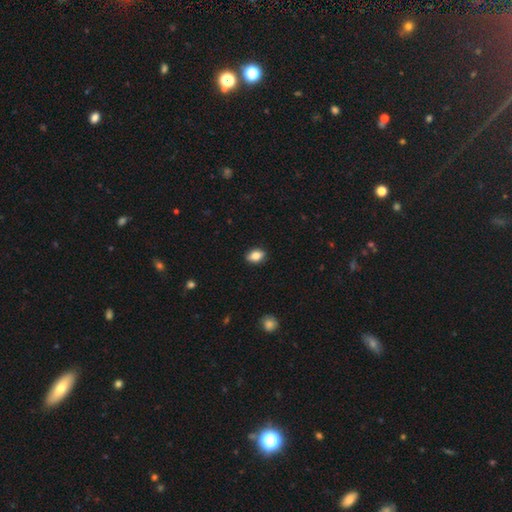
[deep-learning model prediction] smooth 82%, featured or disk 10%, star or artifact 8%. Down the decision tree: how rounded — in between (81%); merging — none (87%).